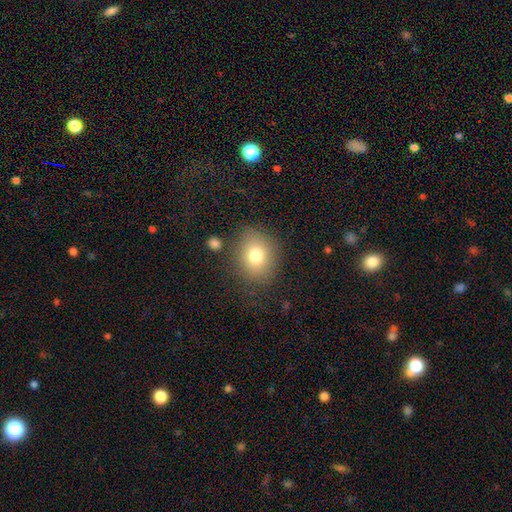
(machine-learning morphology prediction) smooth-or-featured: smooth: 76% | featured or disk: 12% | star or artifact: 11%
  how-rounded: round: 58% | in between: 41% | cigar-shaped: 1%
  merging: none: 80% | minor disturbance: 12% | major disturbance: 5% | merger: 3%